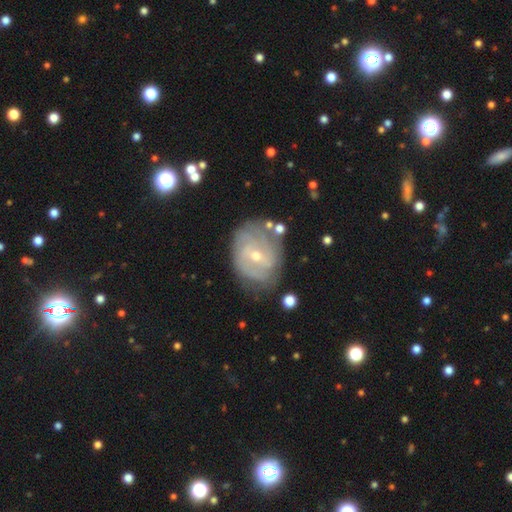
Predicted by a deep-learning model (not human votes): Overall: featured or disk (76%). Edge-on disk: no (96%). Bar: weak (52%; no 32%). Spiral arms: yes (82%). Spiral arm count: can't tell (46%; 2 29%). Spiral winding: tight (58%; medium 31%). Bulge size: small (61%; moderate 36%). Merging: none (66%).